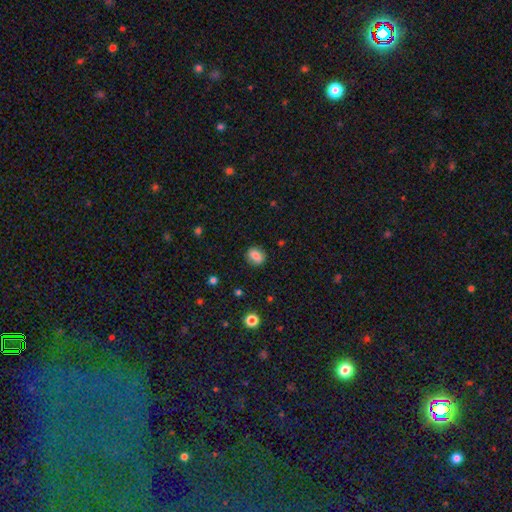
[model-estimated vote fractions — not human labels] Smooth or featured?
  - smooth: 79% *
  - featured or disk: 11%
  - star or artifact: 10%
How rounded?
  - round: 55% *
  - in between: 44%
  - cigar-shaped: 2%
Merging?
  - none: 83% *
  - minor disturbance: 12%
  - major disturbance: 3%
  - merger: 2%